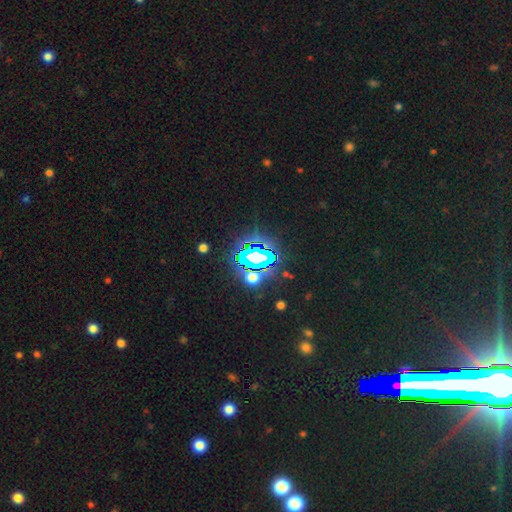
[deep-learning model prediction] This appears to be a star or artifact, not a galaxy (75%).